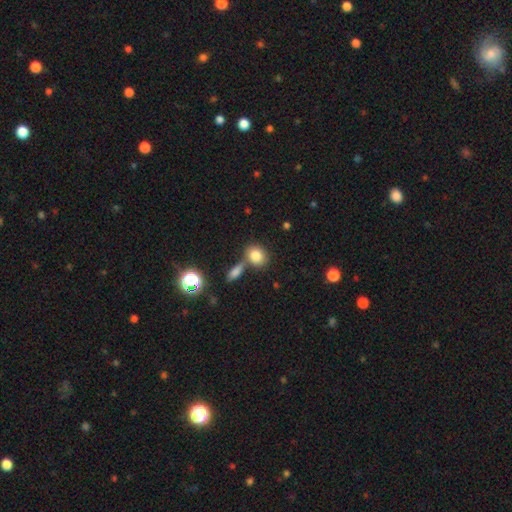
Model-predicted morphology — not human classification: Smooth or featured: smooth — 81% (star or artifact — 11%)
How rounded: round — 54% (in between — 44%)
Merging: none — 56% (merger — 29%)